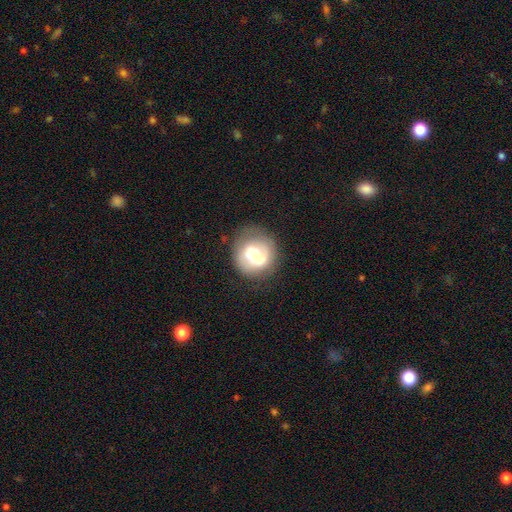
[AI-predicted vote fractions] A featured or disk galaxy (55%) with no bar (63%), spiral arms (80%) and a small central bulge (41%).

Vote fractions:
- Smooth or featured? featured or disk: 55% / smooth: 37% / star or artifact: 7%
- Edge-on disk? no: 98% / yes: 2%
- Bar? no: 63% / weak: 30% / strong: 7%
- Spiral arms? yes: 80% / no: 20%
- Bulge size? small: 41% / moderate: 40% / large: 13% / none: 3% / dominant: 3%
- Merging? none: 72% / minor disturbance: 17% / major disturbance: 9% / merger: 2%